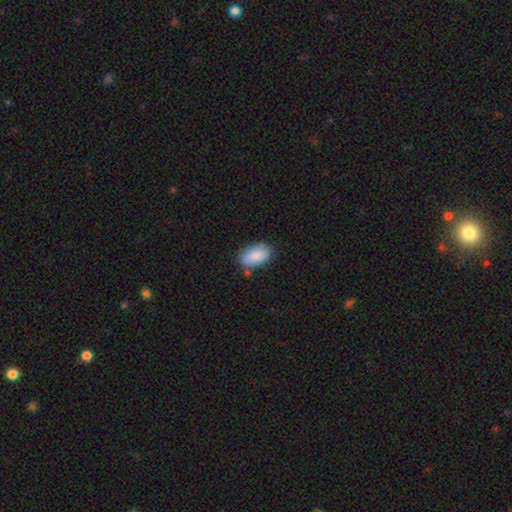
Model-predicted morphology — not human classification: smooth 85%, featured or disk 9%, star or artifact 6%. Down the decision tree: how rounded — in between (94%); merging — none (76%).